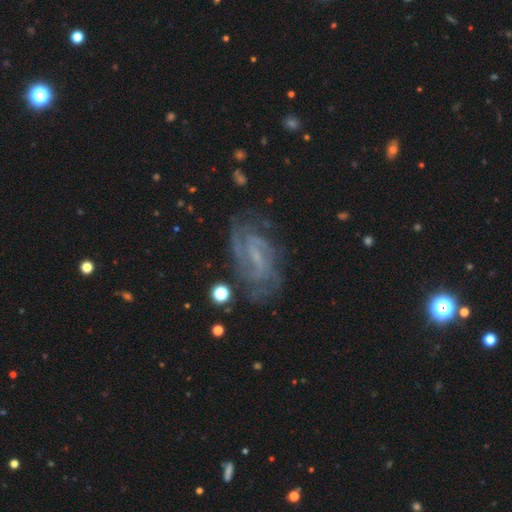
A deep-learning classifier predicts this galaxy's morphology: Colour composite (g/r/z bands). It shows a featured or disk galaxy (82%) with a weak bar (51%), 2 (48%) tight (47%) spiral arms (95%) and a small central bulge (52%). Merging: none (73%).